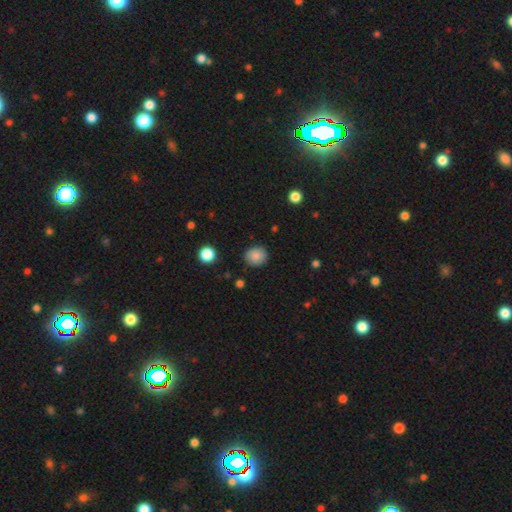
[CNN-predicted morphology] Smooth or featured: smooth — 84% (star or artifact — 9%)
How rounded: round — 80% (in between — 19%)
Merging: none — 87% (minor disturbance — 9%)